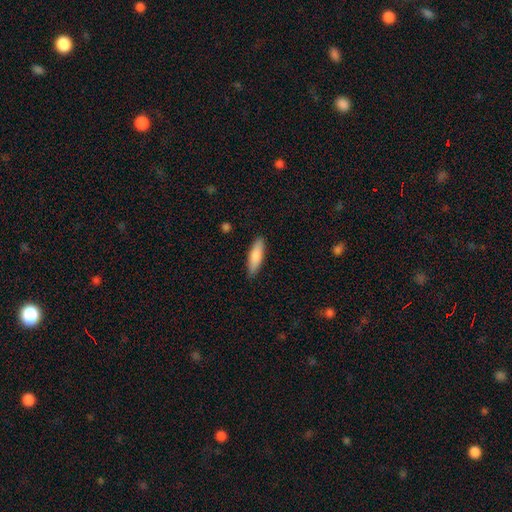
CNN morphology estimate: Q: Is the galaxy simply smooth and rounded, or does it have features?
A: smooth — 83%.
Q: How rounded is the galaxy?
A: cigar-shaped — 55%.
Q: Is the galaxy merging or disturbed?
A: none — 88%.